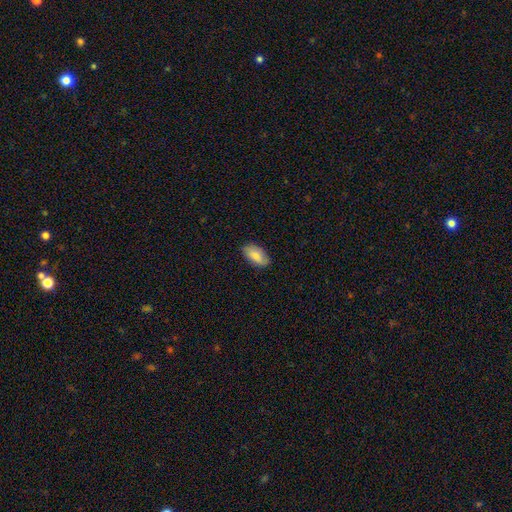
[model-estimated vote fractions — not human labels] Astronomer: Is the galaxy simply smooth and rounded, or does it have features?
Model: smooth — 81%.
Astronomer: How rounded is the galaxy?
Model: in between — 93%.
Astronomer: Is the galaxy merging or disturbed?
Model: none — 84%.